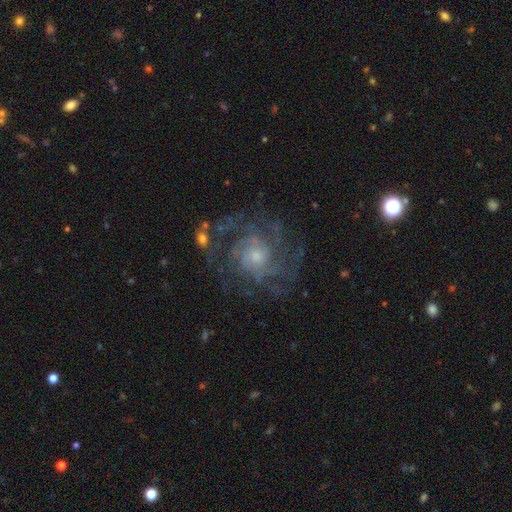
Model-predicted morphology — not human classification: Smooth or featured?
  - featured or disk: 82% *
  - smooth: 9%
  - star or artifact: 9%
Edge-on disk?
  - no: 98% *
  - yes: 2%
Bar?
  - no: 75% *
  - weak: 22%
  - strong: 4%
Spiral arms?
  - yes: 93% *
  - no: 7%
Spiral winding?
  - tight: 56% *
  - medium: 34%
  - loose: 10%
Spiral arm count?
  - can't tell: 36% *
  - 3: 18%
  - 4: 16%
  - 2: 15%
  - more than 4: 9%
  - 1: 7%
Bulge size?
  - small: 53% *
  - moderate: 38%
  - large: 4%
  - none: 4%
  - dominant: 1%
Merging?
  - none: 73% *
  - minor disturbance: 14%
  - major disturbance: 11%
  - merger: 2%